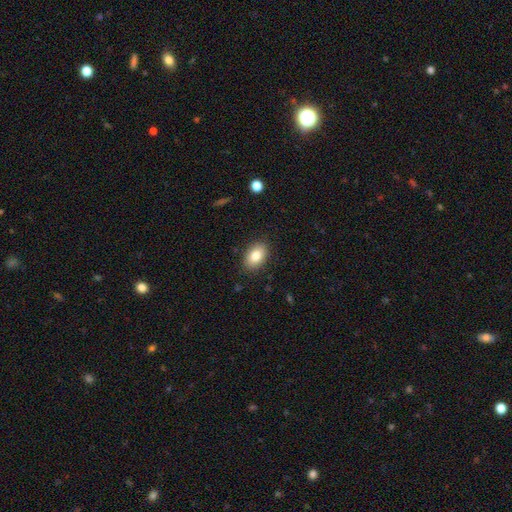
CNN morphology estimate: Smooth or featured? smooth (84%)
How rounded? in between (86%)
Merging? none (87%)